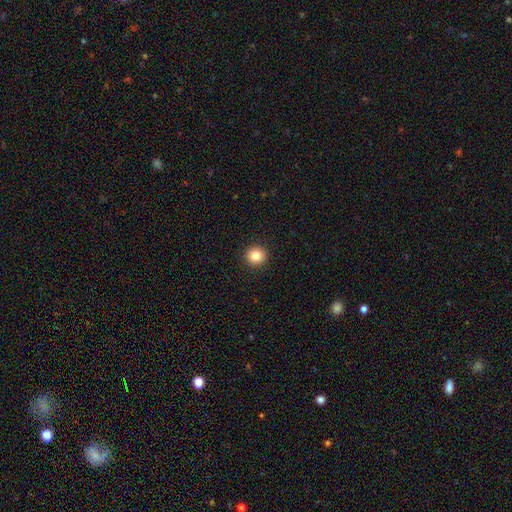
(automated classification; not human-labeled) Overall: smooth (83%). How rounded: round (94%). Merging: none (93%).